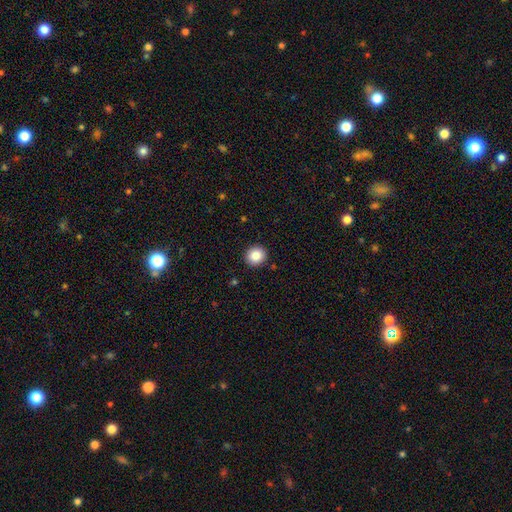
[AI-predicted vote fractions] This appears to be a smooth galaxy with no disk features (86%) that is round (90%). Merging: none (92%).